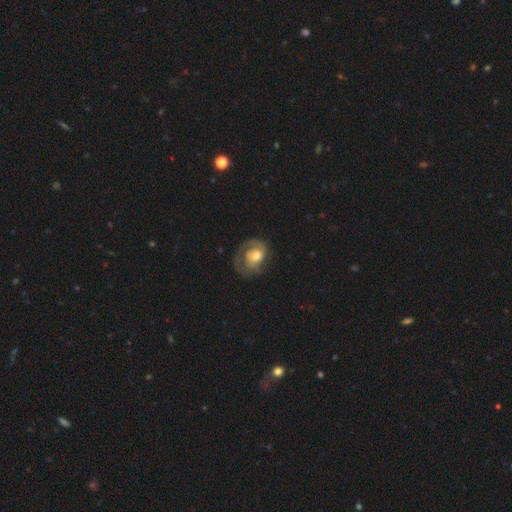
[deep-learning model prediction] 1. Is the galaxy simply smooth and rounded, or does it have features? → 60% featured or disk, 33% smooth, 7% star or artifact.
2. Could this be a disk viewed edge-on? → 97% no, 3% yes.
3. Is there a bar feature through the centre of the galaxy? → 76% no, 20% weak, 4% strong.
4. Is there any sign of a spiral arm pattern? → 76% yes, 24% no.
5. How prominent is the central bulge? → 61% moderate, 21% large, 14% small, 2% dominant, 2% none.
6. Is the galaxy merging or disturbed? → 48% none, 28% major disturbance, 22% minor disturbance, 2% merger.